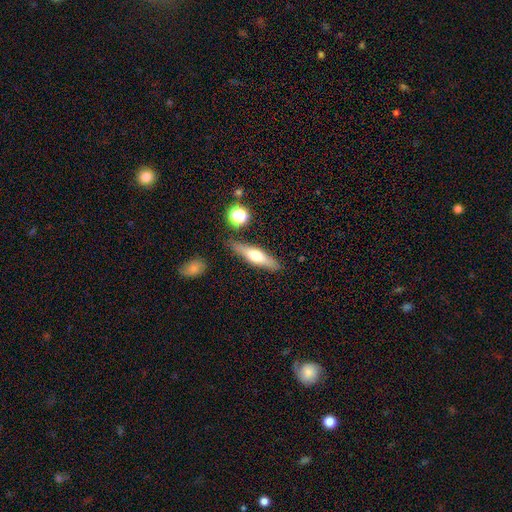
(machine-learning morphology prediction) smooth-or-featured: featured or disk: 47% | smooth: 46% | star or artifact: 7%
  merging: none: 84% | minor disturbance: 11% | merger: 3% | major disturbance: 3%